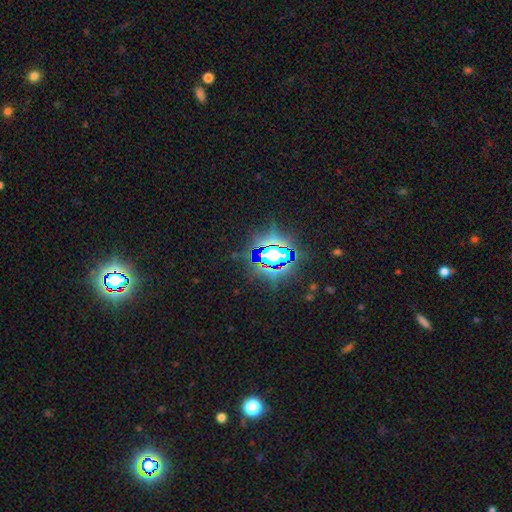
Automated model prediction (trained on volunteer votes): The model was most divided on "smooth or featured": star or artifact: 80%, smooth: 11%, featured or disk: 9%.